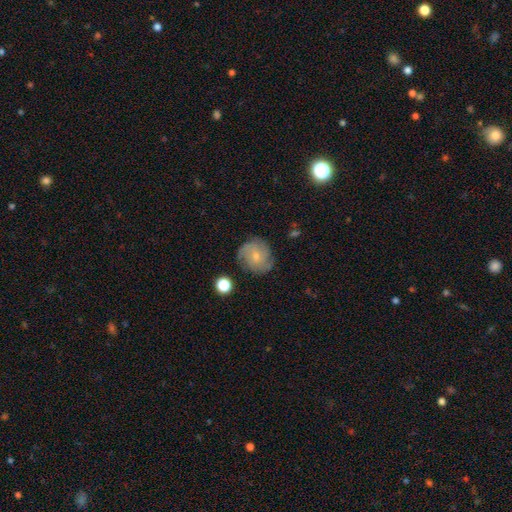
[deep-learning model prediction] Q: Smooth or featured?
A: featured or disk (54%); runner-up: smooth (37%)
Q: Edge-on disk?
A: no (97%); runner-up: yes (3%)
Q: Bar?
A: no (71%); runner-up: weak (26%)
Q: Spiral arms?
A: yes (87%); runner-up: no (13%)
Q: Bulge size?
A: small (64%); runner-up: moderate (29%)
Q: Merging?
A: none (75%); runner-up: minor disturbance (17%)